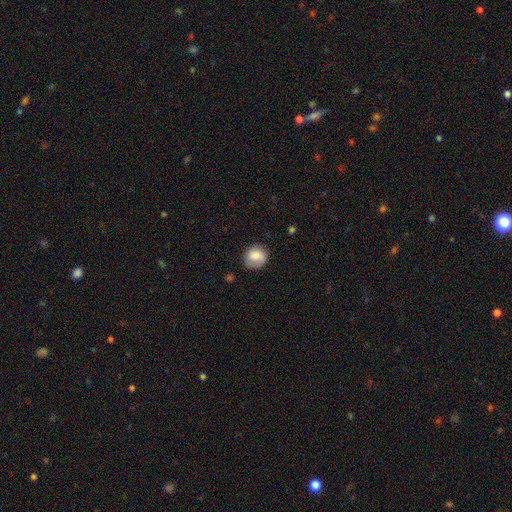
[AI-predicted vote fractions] Smooth or featured: smooth — 72% (featured or disk — 21%)
How rounded: round — 81% (in between — 18%)
Merging: none — 70% (minor disturbance — 21%)